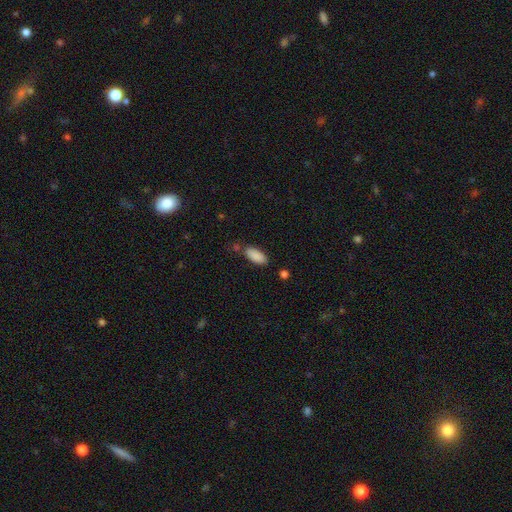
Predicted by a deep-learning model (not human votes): Q: Smooth or featured?
A: smooth (89%); runner-up: star or artifact (7%)
Q: How rounded?
A: in between (87%); runner-up: cigar-shaped (11%)
Q: Merging?
A: none (76%); runner-up: minor disturbance (15%)